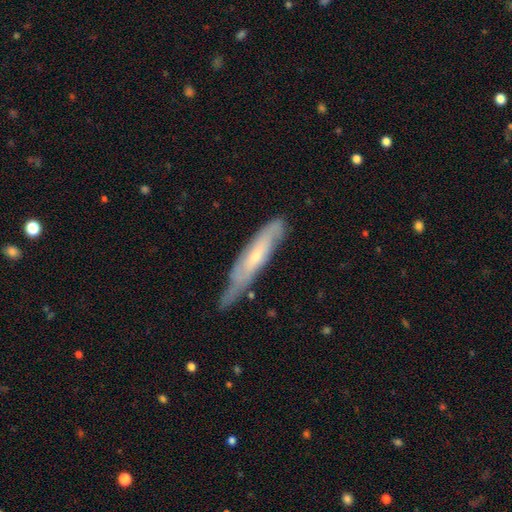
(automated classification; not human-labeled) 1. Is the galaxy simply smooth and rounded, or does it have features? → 61% featured or disk, 33% smooth, 7% star or artifact.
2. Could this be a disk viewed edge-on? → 51% yes, 49% no.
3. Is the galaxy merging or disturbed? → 60% none, 30% minor disturbance, 7% major disturbance, 2% merger.